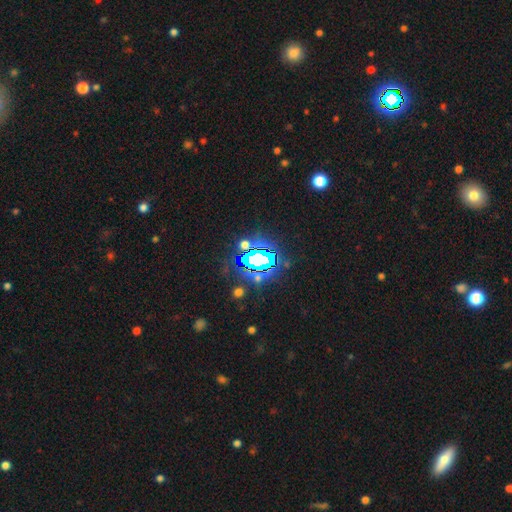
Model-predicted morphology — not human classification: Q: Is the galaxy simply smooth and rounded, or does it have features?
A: star or artifact — 72%.